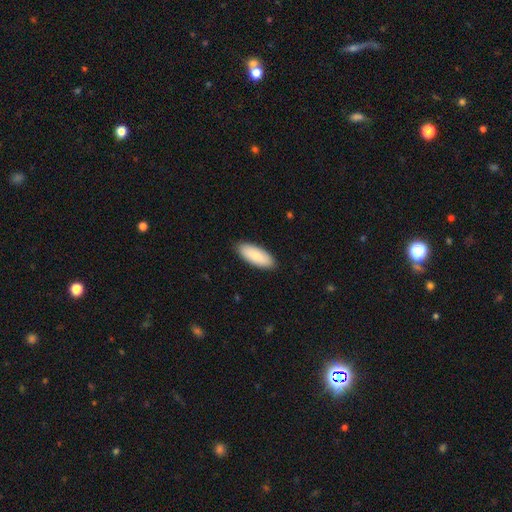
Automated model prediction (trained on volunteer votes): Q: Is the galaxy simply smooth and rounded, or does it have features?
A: smooth — 81%.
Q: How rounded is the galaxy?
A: in between — 81%.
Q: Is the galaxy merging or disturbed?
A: none — 89%.